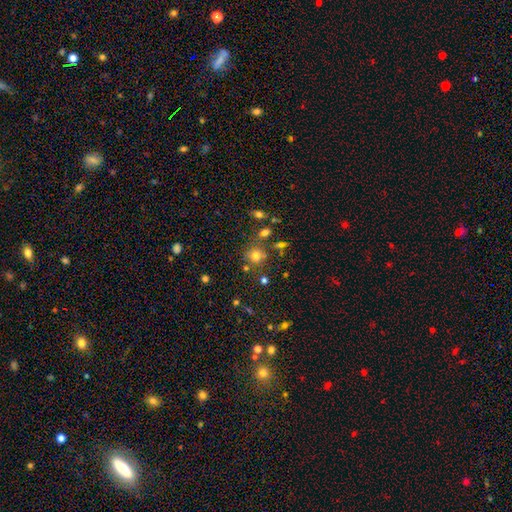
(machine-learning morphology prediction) This is likely a smooth galaxy (71%). How rounded: clearly round (87%). Merging: likely none (70%).